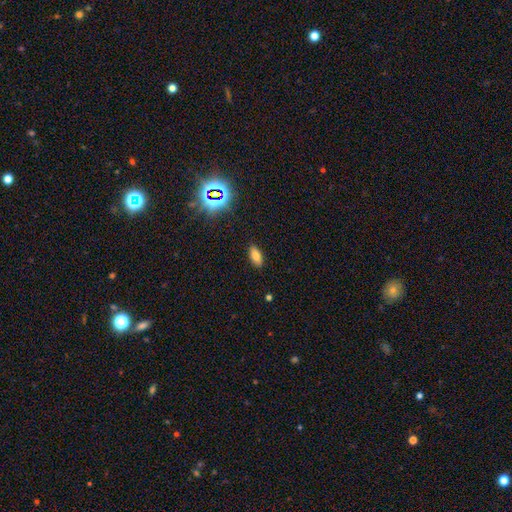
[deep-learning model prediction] The model was most divided on "smooth or featured": smooth: 74%, star or artifact: 15%, featured or disk: 11%. More confident: merging — none (88%); how rounded — in between (86%).